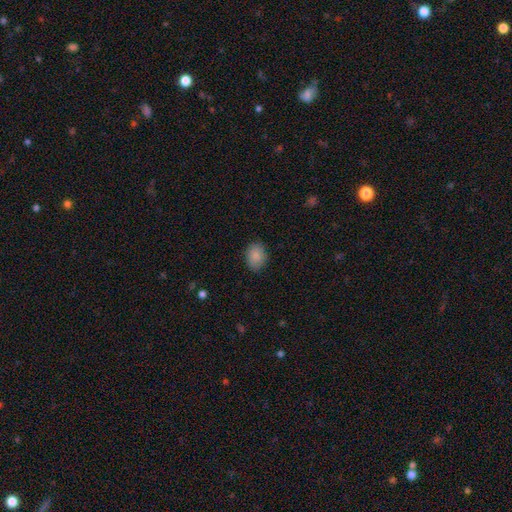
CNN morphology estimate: A smooth galaxy with no disk features (87%) that is in between round and cigar-shaped (72%).

Vote fractions:
- Smooth or featured? smooth: 87% / star or artifact: 8% / featured or disk: 5%
- How rounded? in between: 72% / round: 27% / cigar-shaped: 1%
- Merging? none: 84% / minor disturbance: 13% / major disturbance: 3% / merger: 1%